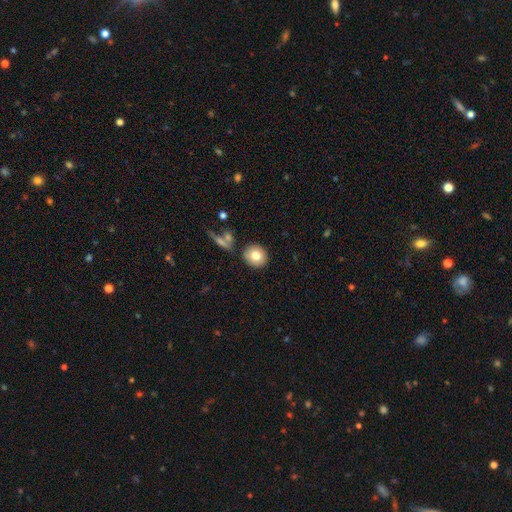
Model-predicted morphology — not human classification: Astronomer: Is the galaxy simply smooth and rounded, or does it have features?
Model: smooth — 77%.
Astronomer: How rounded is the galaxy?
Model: round — 82%.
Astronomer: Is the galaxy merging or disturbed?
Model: none — 84%.